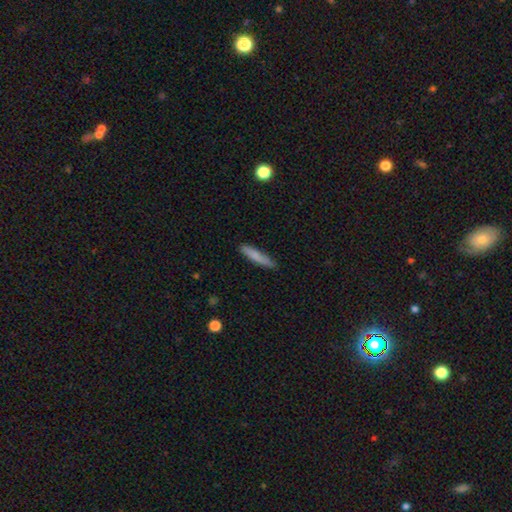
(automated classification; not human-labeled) Q: Smooth or featured?
A: smooth (78%); runner-up: featured or disk (16%)
Q: How rounded?
A: cigar-shaped (89%); runner-up: in between (9%)
Q: Merging?
A: none (84%); runner-up: minor disturbance (12%)